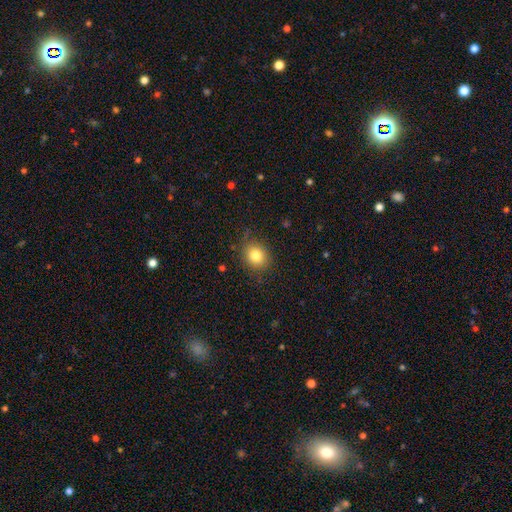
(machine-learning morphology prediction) smooth 82%, star or artifact 10%, featured or disk 8%. Down the decision tree: how rounded — round (64%); merging — none (81%).